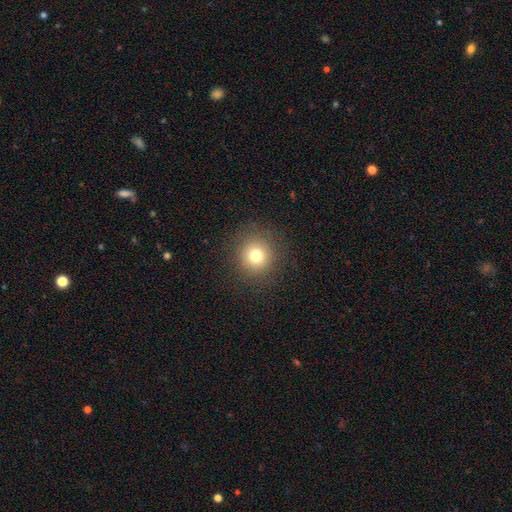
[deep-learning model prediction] Morphology: type=smooth (76%); roundness=round (93%); merging=none (89%).